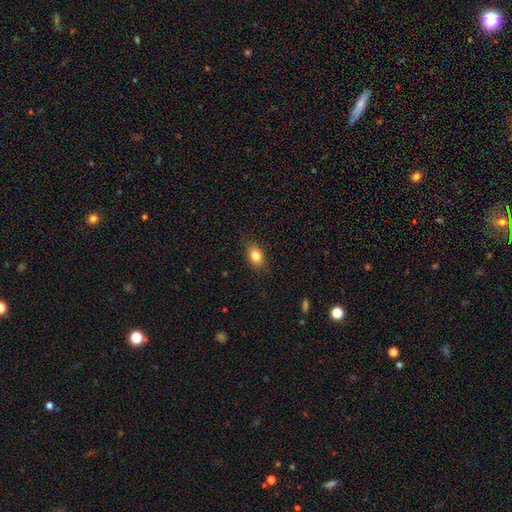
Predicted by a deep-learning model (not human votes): This appears to be a smooth galaxy with no disk features (82%) that is in between round and cigar-shaped (74%). Merging: none (83%).